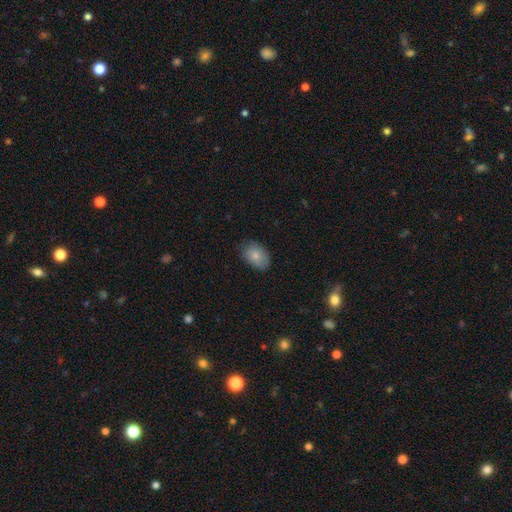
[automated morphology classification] smooth-or-featured: smooth: 82% | featured or disk: 10% | star or artifact: 8%
  how-rounded: in between: 83% | round: 16% | cigar-shaped: 1%
  merging: none: 77% | minor disturbance: 19% | major disturbance: 4% | merger: 1%